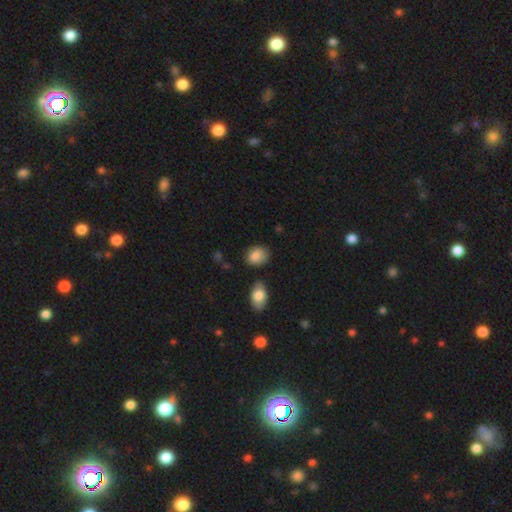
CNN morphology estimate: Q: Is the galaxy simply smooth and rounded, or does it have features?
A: smooth — 85%.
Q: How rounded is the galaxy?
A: in between — 60%.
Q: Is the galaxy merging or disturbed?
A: none — 74%.